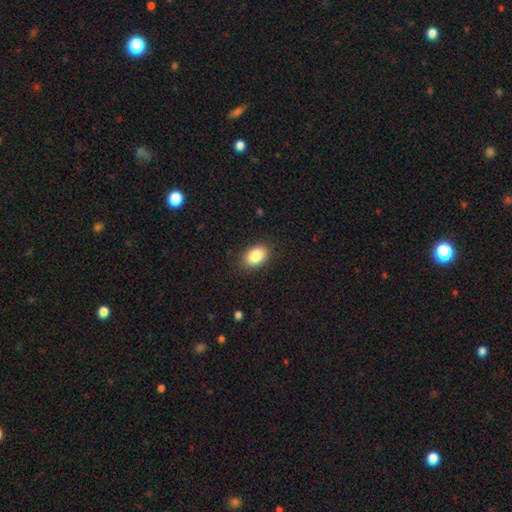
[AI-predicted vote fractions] Smooth or featured? Predicted: smooth (p=0.85). How rounded? Predicted: in between (p=0.84). Merging? Predicted: none (p=0.87).